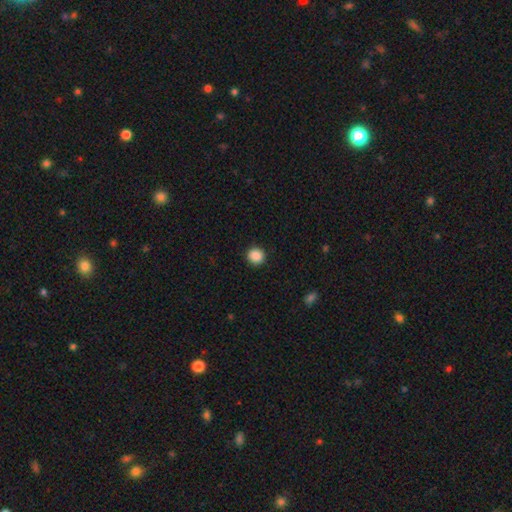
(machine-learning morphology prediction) Q: Smooth or featured?
A: smooth (88%); runner-up: star or artifact (9%)
Q: How rounded?
A: round (91%); runner-up: in between (8%)
Q: Merging?
A: none (92%); runner-up: minor disturbance (6%)